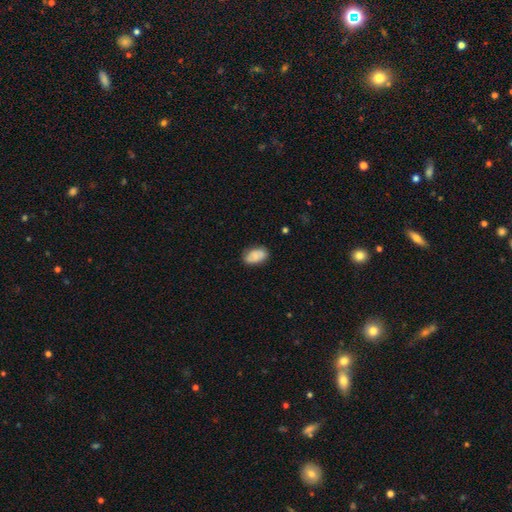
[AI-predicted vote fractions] Smooth or featured? smooth (68%)
How rounded? in between (90%)
Merging? none (75%)